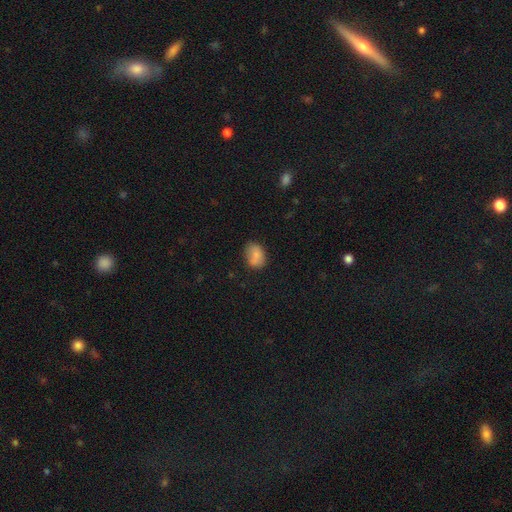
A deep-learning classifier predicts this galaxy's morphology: smooth_or_featured: smooth (p=0.79) [alt: featured or disk p=0.12]
how_rounded: in between (p=0.78) [alt: round p=0.20]
merging: none (p=0.66) [alt: minor disturbance p=0.22]